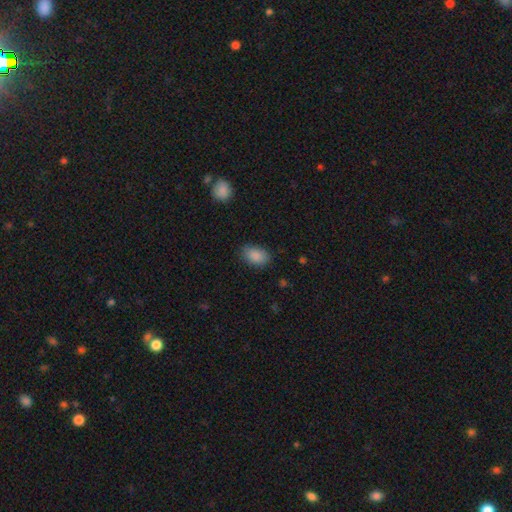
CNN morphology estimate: This is clearly a smooth galaxy (89%). How rounded: clearly in between (87%). Merging: clearly none (81%).